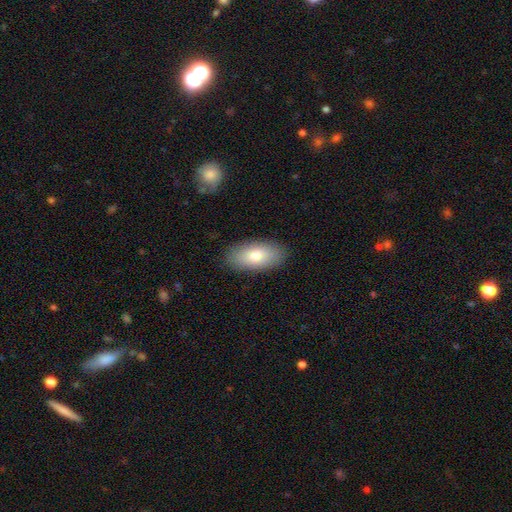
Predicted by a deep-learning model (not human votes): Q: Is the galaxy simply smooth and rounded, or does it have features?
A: smooth — 76%.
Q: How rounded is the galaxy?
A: in between — 91%.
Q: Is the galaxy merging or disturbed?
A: none — 88%.